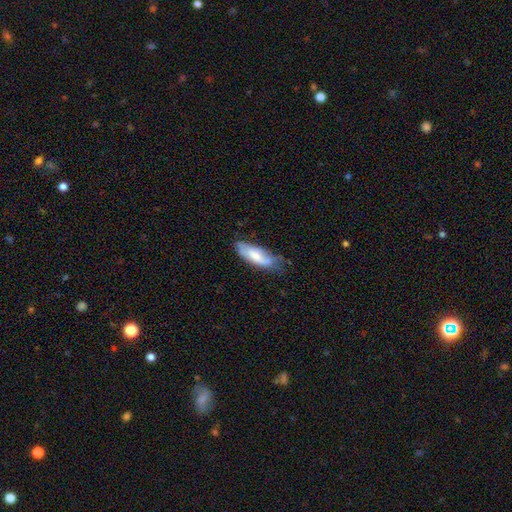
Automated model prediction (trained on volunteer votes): smooth_or_featured: smooth (p=0.64) [alt: featured or disk p=0.30]
how_rounded: in between (p=0.69) [alt: cigar-shaped p=0.29]
merging: none (p=0.51) [alt: minor disturbance p=0.36]